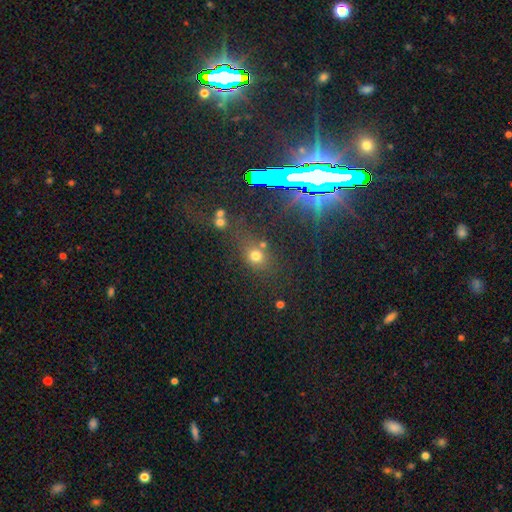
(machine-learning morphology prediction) type=smooth (65%); roundness=round (71%); merging=none (62%).